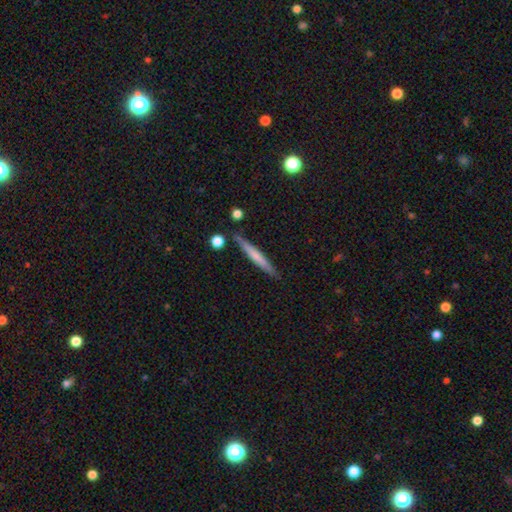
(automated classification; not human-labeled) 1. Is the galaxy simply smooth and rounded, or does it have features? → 55% smooth, 39% featured or disk, 6% star or artifact.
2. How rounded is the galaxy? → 96% cigar-shaped, 3% in between, 1% round.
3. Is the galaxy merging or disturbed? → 86% none, 9% minor disturbance, 3% merger, 2% major disturbance.